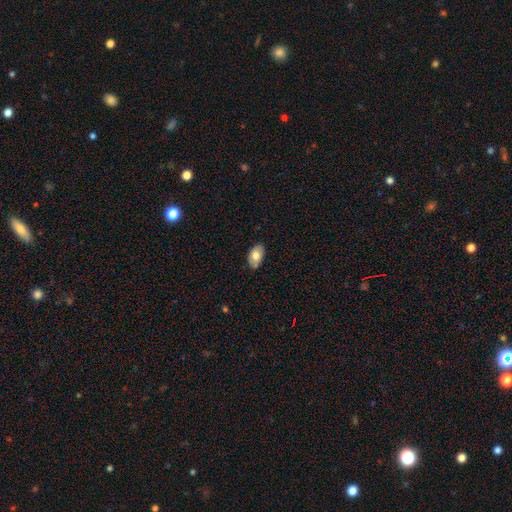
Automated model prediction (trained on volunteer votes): Smooth or featured?
  - smooth: 74% *
  - featured or disk: 19%
  - star or artifact: 7%
How rounded?
  - in between: 92% *
  - round: 7%
  - cigar-shaped: 1%
Merging?
  - none: 79% *
  - minor disturbance: 17%
  - major disturbance: 3%
  - merger: 1%